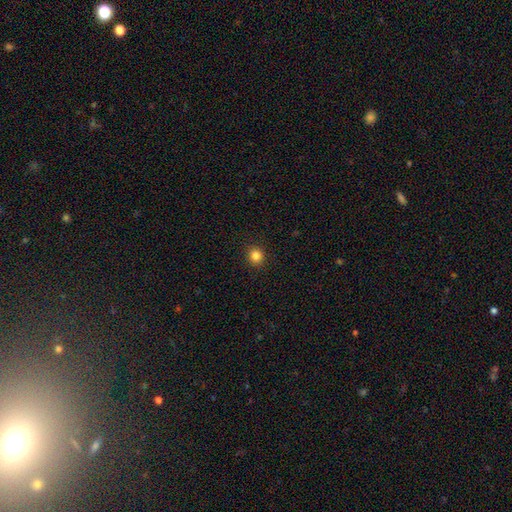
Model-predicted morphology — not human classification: This appears to be a smooth galaxy with no disk features (84%) that is round (89%). Merging: none (92%).